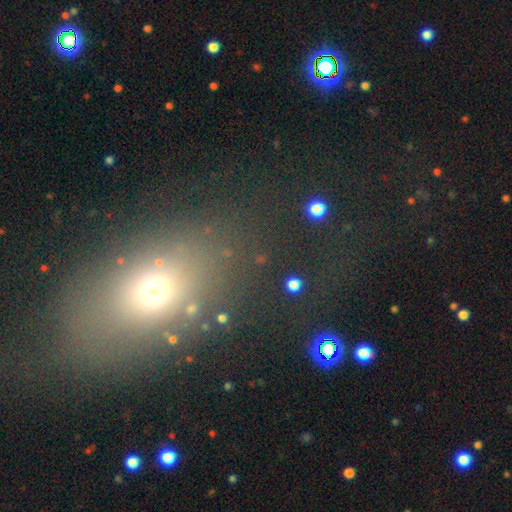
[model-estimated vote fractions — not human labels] This is possibly a smooth galaxy (53%). How rounded: possibly round (50%). Merging: likely none (73%).